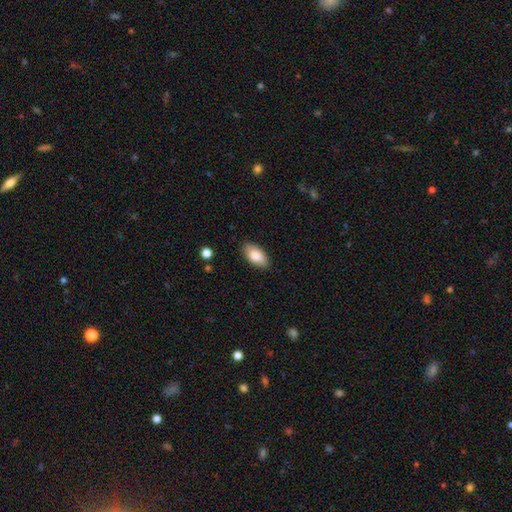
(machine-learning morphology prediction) smooth-or-featured: smooth: 84% | featured or disk: 9% | star or artifact: 7%
  how-rounded: in between: 93% | cigar-shaped: 4% | round: 3%
  merging: none: 86% | minor disturbance: 10% | major disturbance: 2% | merger: 1%